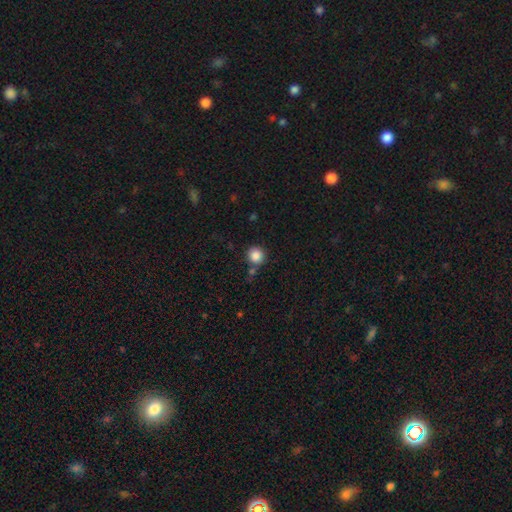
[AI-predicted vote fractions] This is clearly a smooth galaxy (86%). How rounded: clearly round (93%). Merging: likely none (76%).